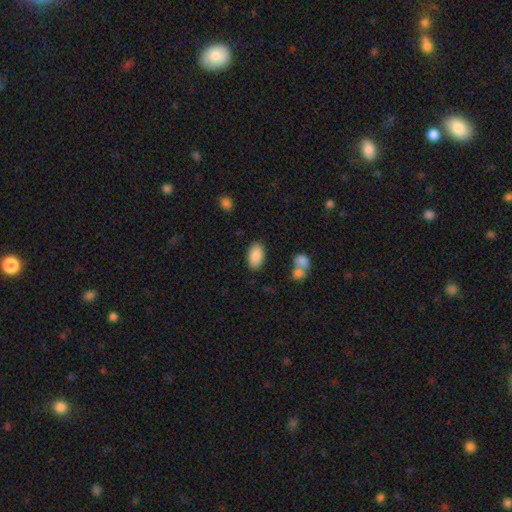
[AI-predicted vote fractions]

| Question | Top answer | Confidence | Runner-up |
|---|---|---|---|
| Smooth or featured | smooth | 88% | star or artifact (7%) |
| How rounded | in between | 95% | round (4%) |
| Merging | none | 84% | minor disturbance (10%) |